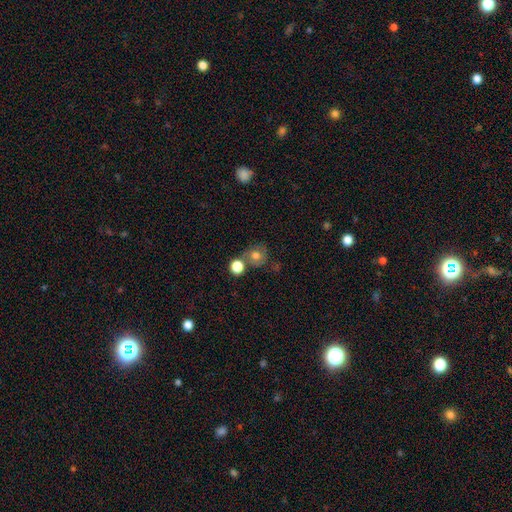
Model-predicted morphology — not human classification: Smooth or featured? Predicted: smooth (p=0.70). How rounded? Predicted: round (p=0.82). Merging? Predicted: none (p=0.59).